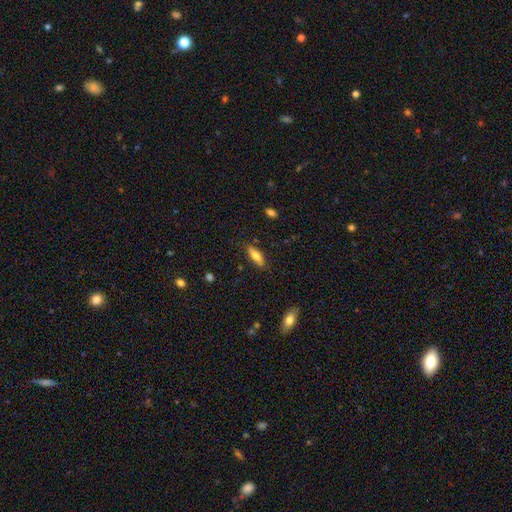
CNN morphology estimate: smooth 70%, featured or disk 23%, star or artifact 7%. Down the decision tree: how rounded — in between (59%); merging — none (84%).